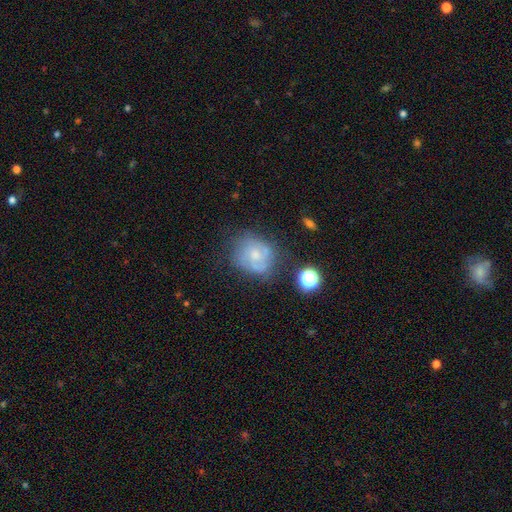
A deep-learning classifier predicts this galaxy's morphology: smooth_or_featured: featured or disk (p=0.66) [alt: smooth p=0.24]
disk_edge_on: no (p=0.98) [alt: yes p=0.02]
bar: no (p=0.69) [alt: weak p=0.27]
has_spiral_arms: yes (p=0.85) [alt: no p=0.15]
spiral_winding: tight (p=0.54) [alt: medium p=0.36]
spiral_arm_count: 2 (p=0.35) [tied with: can't tell p=0.35]
bulge_size: small (p=0.48) [alt: moderate p=0.38]
merging: none (p=0.61) [alt: minor disturbance p=0.24]